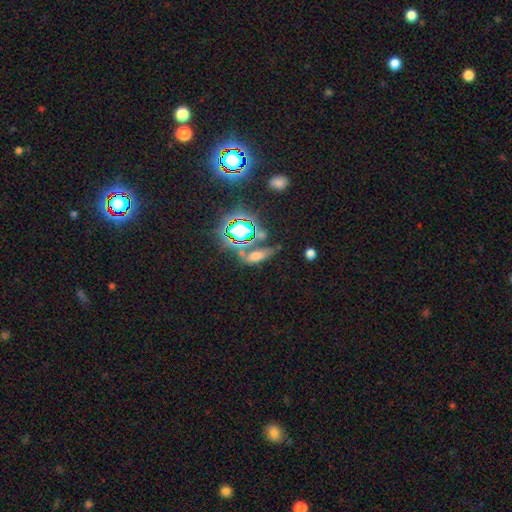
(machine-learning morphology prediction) smooth 50%, star or artifact 33%, featured or disk 17%. Down the decision tree: how rounded — in between (58%); merging — none (55%).